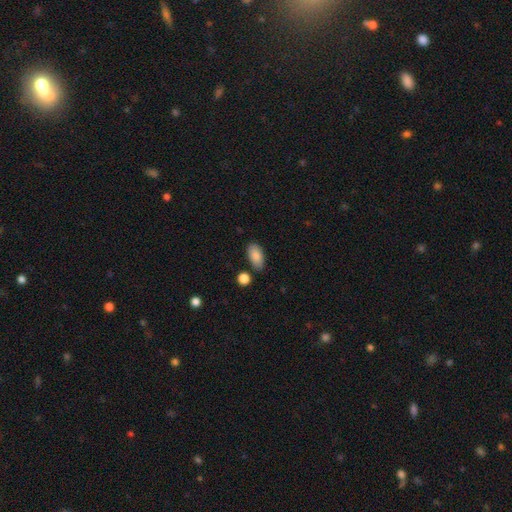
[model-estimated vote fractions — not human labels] Q: Smooth or featured?
A: smooth (86%); runner-up: featured or disk (7%)
Q: How rounded?
A: in between (93%); runner-up: cigar-shaped (4%)
Q: Merging?
A: none (81%); runner-up: minor disturbance (12%)